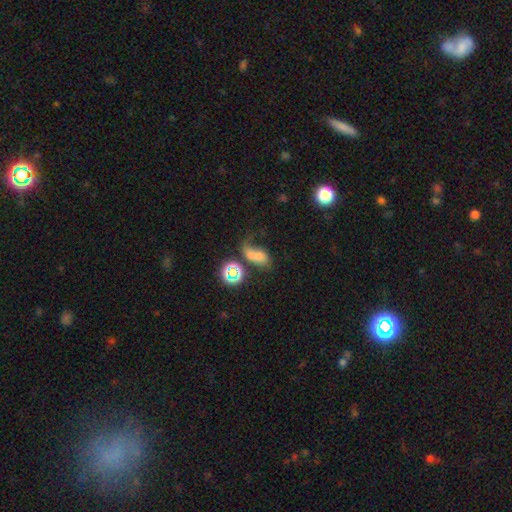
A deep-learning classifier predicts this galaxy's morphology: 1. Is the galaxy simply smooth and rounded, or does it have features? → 51% smooth, 27% featured or disk, 22% star or artifact.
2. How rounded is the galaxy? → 72% in between, 24% round, 4% cigar-shaped.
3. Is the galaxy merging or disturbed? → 44% merger, 22% major disturbance, 21% none, 13% minor disturbance.